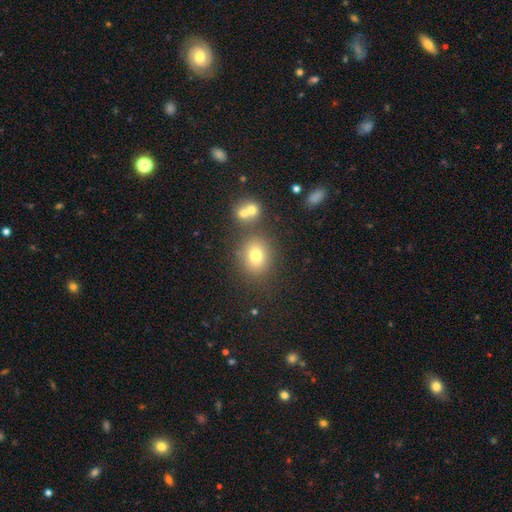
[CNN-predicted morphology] The model was most divided on "how rounded": round: 65%, in between: 34%, cigar-shaped: 1%. More confident: smooth or featured — smooth (74%); merging — none (74%).